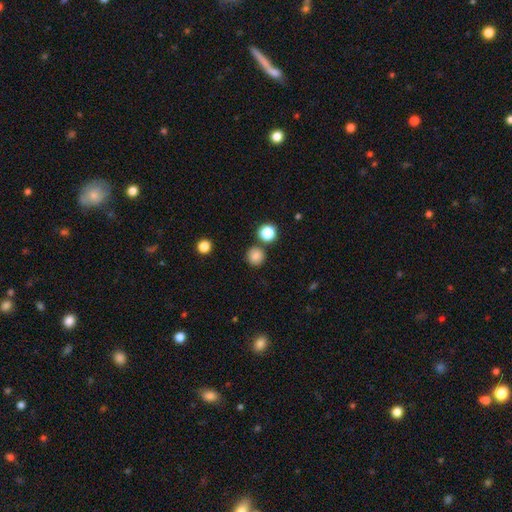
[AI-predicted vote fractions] This is clearly a smooth galaxy (84%). How rounded: clearly round (92%). Merging: clearly none (82%).